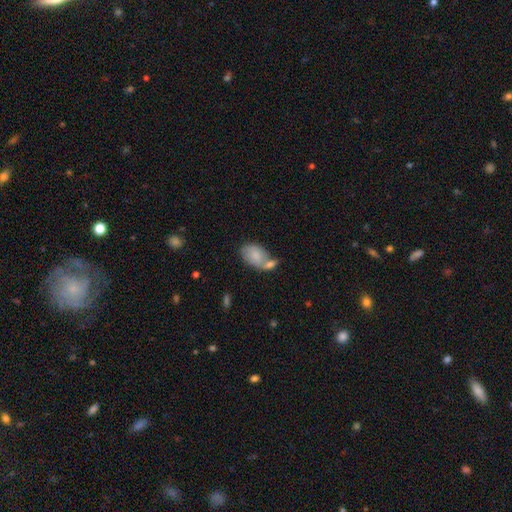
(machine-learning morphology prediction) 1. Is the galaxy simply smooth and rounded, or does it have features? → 78% smooth, 16% featured or disk, 6% star or artifact.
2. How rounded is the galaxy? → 90% in between, 8% round, 1% cigar-shaped.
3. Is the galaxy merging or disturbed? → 48% merger, 30% none, 15% minor disturbance, 6% major disturbance.